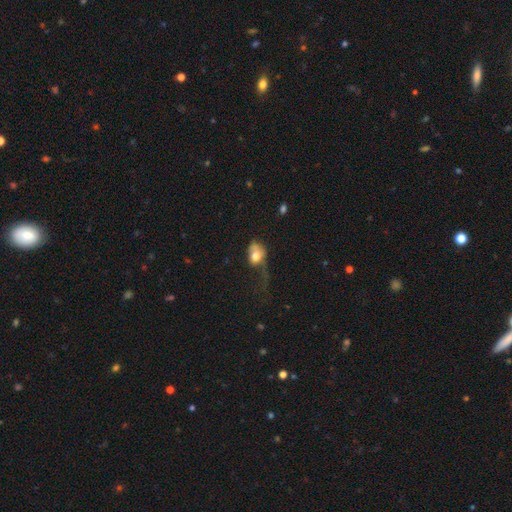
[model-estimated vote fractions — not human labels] Smooth or featured: smooth — 68% (featured or disk — 23%)
How rounded: in between — 63% (round — 35%)
Merging: major disturbance — 52% (minor disturbance — 23%)